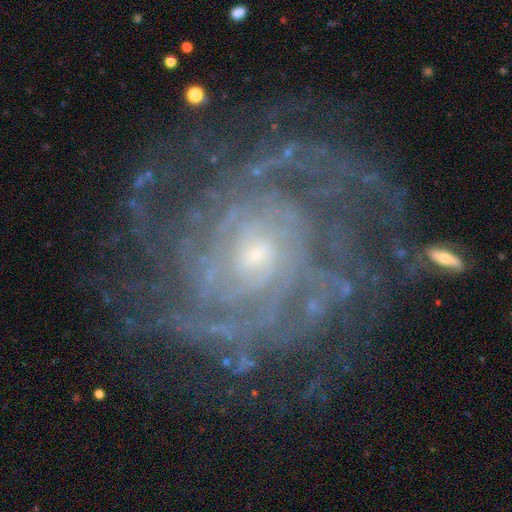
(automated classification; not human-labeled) Overall: featured or disk (90%). Edge-on disk: no (97%). Bar: no (74%). Spiral arms: yes (96%). Spiral arm count: can't tell (32%; more than 4 17%). Spiral winding: tight (74%). Bulge size: small (64%; moderate 31%). Merging: none (72%).